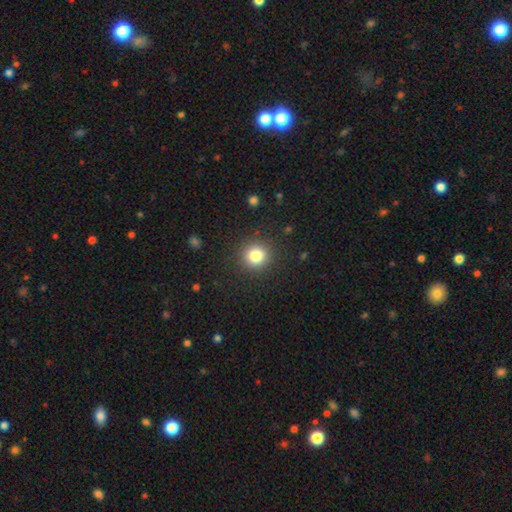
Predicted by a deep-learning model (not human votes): The model was most divided on "smooth or featured": smooth: 81%, star or artifact: 12%, featured or disk: 7%. More confident: how rounded — round (92%); merging — none (90%).